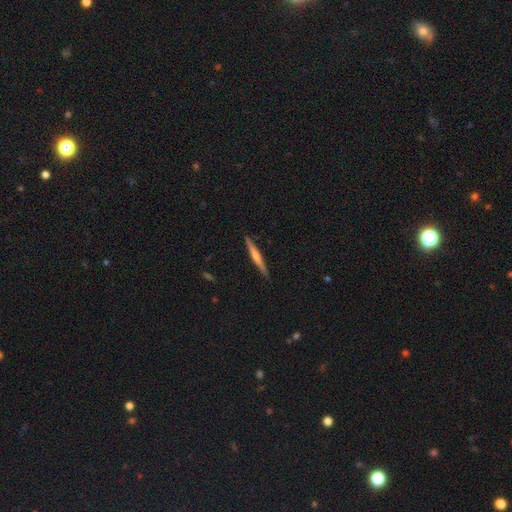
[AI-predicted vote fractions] This is likely a featured or disk galaxy (62%). It is clearly viewed edge-on (98%). Edge-on bulge: likely rounded (63%). Merging: clearly none (91%).